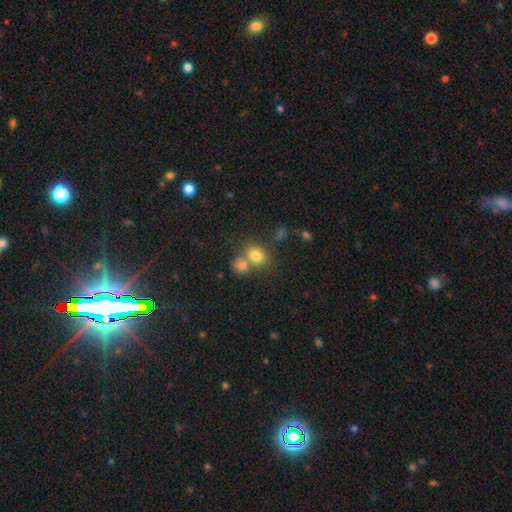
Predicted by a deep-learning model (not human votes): This appears to be a smooth galaxy with no disk features (79%) that is round (55%). Merging: none (46%).